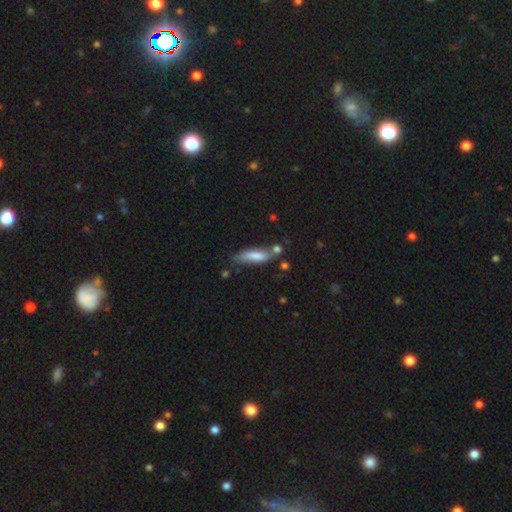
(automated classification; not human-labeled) Smooth or featured?
  - smooth: 69% *
  - featured or disk: 23%
  - star or artifact: 8%
How rounded?
  - cigar-shaped: 66% *
  - in between: 32%
  - round: 2%
Merging?
  - none: 58% *
  - minor disturbance: 25%
  - merger: 10%
  - major disturbance: 7%